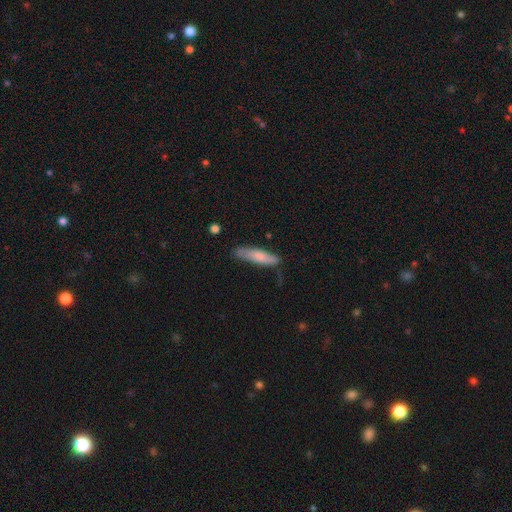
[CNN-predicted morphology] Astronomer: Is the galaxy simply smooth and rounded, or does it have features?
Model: smooth — 62%.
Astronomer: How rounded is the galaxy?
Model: cigar-shaped — 81%.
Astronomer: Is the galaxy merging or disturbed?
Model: none — 77%.